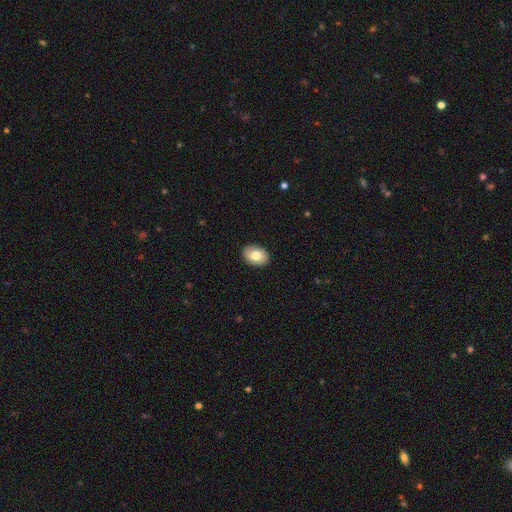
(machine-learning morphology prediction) A smooth galaxy with no disk features (79%) that is in between round and cigar-shaped (78%).

Vote fractions:
- Smooth or featured? smooth: 79% / featured or disk: 15% / star or artifact: 7%
- How rounded? in between: 78% / round: 21% / cigar-shaped: 1%
- Merging? none: 90% / minor disturbance: 7% / major disturbance: 2% / merger: 1%